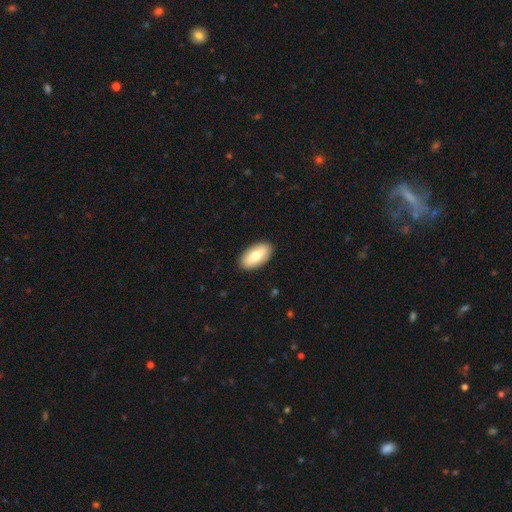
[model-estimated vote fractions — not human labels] This appears to be a smooth galaxy with no disk features (73%) that is in between round and cigar-shaped (92%). Merging: none (89%).